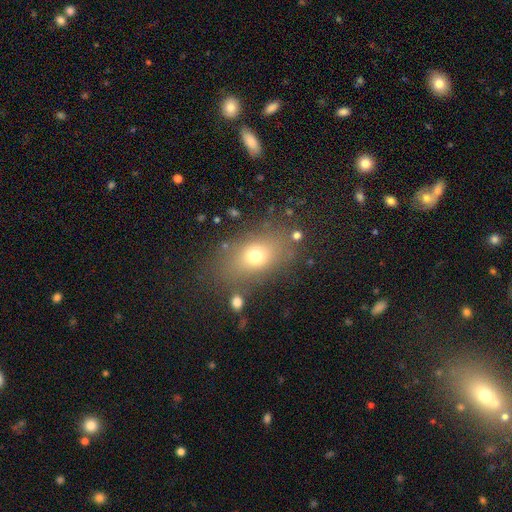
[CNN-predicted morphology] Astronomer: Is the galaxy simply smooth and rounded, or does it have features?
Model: smooth — 70%.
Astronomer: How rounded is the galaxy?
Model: in between — 72%.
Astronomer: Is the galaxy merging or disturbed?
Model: none — 78%.